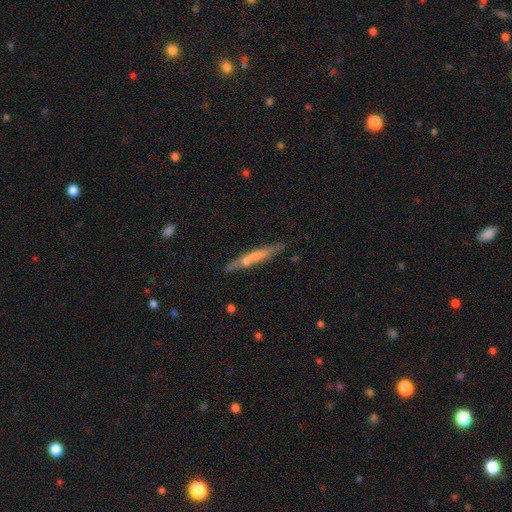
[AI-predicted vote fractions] smooth_or_featured: featured or disk (p=0.52) [alt: smooth p=0.37]
disk_edge_on: yes (p=0.91) [alt: no p=0.09]
merging: none (p=0.83) [alt: minor disturbance p=0.12]